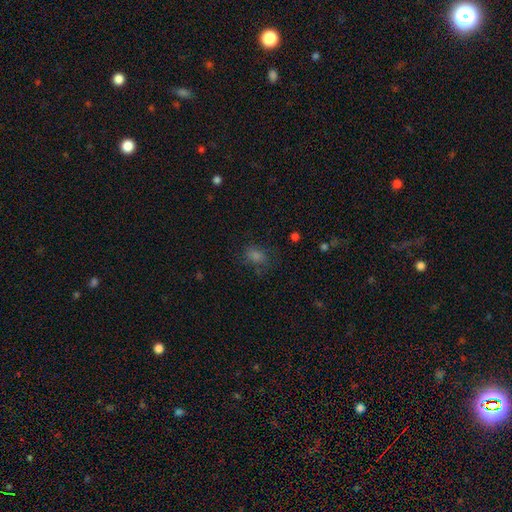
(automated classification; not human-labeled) Smooth or featured? smooth (63%)
How rounded? in between (59%)
Merging? none (68%)